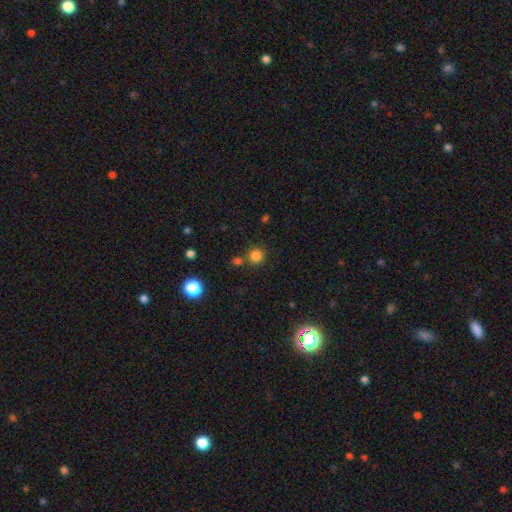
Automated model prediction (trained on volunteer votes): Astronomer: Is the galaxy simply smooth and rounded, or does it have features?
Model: smooth — 81%.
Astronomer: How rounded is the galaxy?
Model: round — 92%.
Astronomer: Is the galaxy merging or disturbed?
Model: none — 75%.